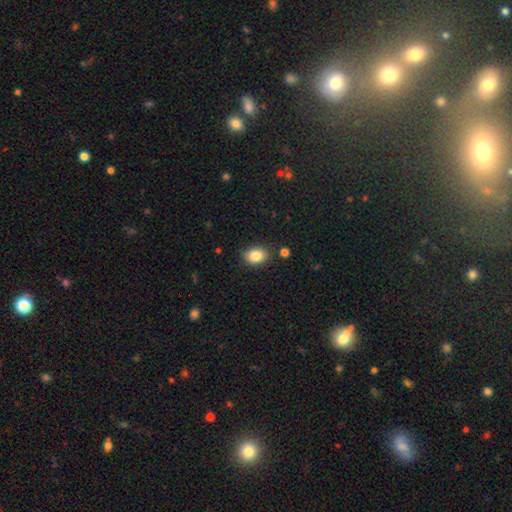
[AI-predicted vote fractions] Overall: smooth (85%). How rounded: in between (67%; round 32%). Merging: none (80%).